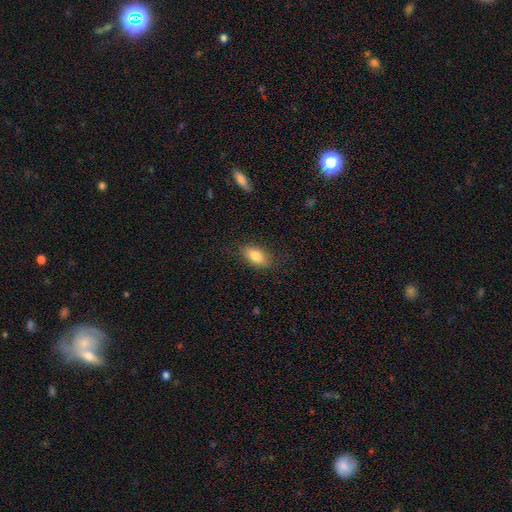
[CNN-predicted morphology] The model was most divided on "merging": none: 83%, minor disturbance: 13%, major disturbance: 3%, merger: 1%. More confident: how rounded — in between (87%); smooth or featured — smooth (81%).